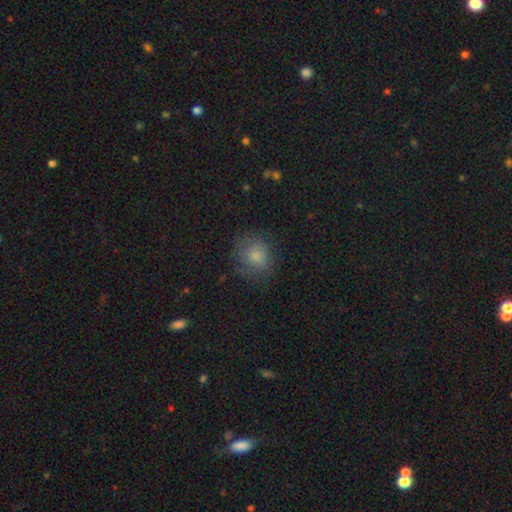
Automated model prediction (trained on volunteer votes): smooth 78%, featured or disk 11%, star or artifact 11%. Down the decision tree: how rounded — round (75%); merging — none (72%).